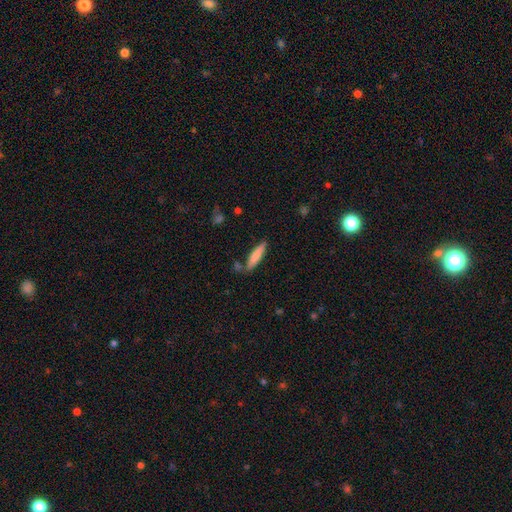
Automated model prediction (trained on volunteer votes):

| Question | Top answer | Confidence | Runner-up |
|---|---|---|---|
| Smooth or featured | smooth | 77% | featured or disk (17%) |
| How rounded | cigar-shaped | 82% | in between (16%) |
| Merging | none | 78% | minor disturbance (13%) |